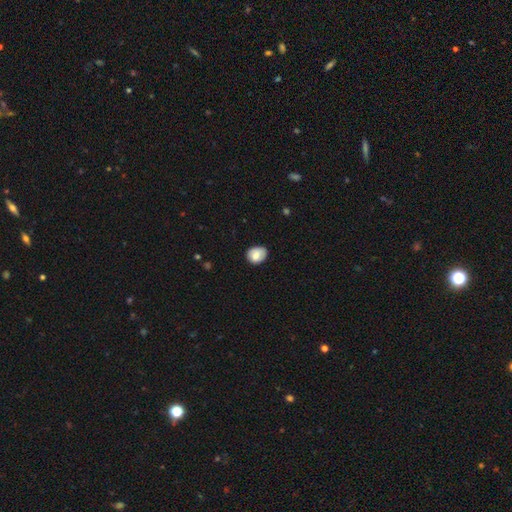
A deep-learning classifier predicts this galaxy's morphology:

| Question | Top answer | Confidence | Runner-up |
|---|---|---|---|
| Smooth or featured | smooth | 77% | featured or disk (15%) |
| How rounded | round | 52% | in between (47%) |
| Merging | none | 72% | minor disturbance (22%) |